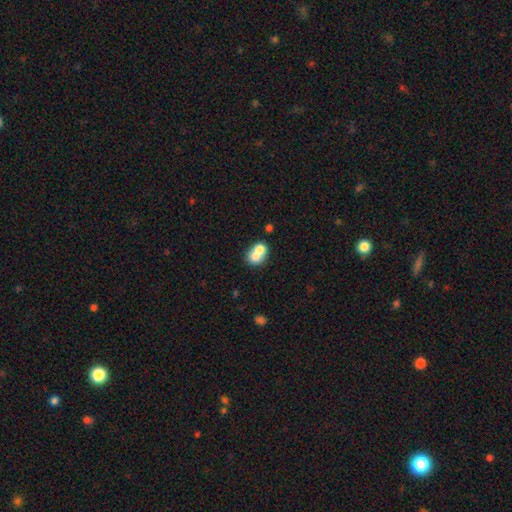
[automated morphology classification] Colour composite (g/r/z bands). It shows a smooth galaxy with no disk features (69%) that is round (61%). Merging: merger (67%).